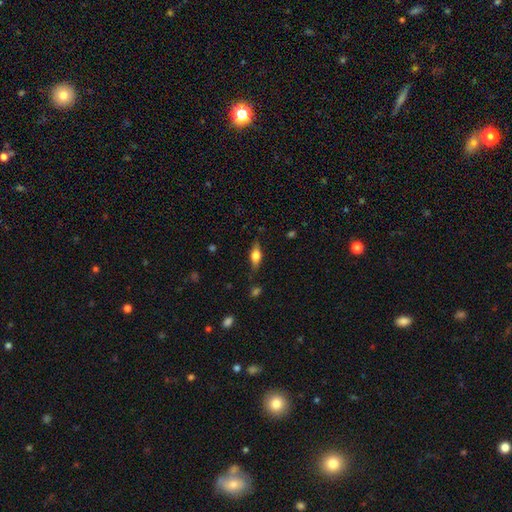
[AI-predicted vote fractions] This is possibly a smooth galaxy (57%). How rounded: likely in between (66%). Merging: likely none (78%).